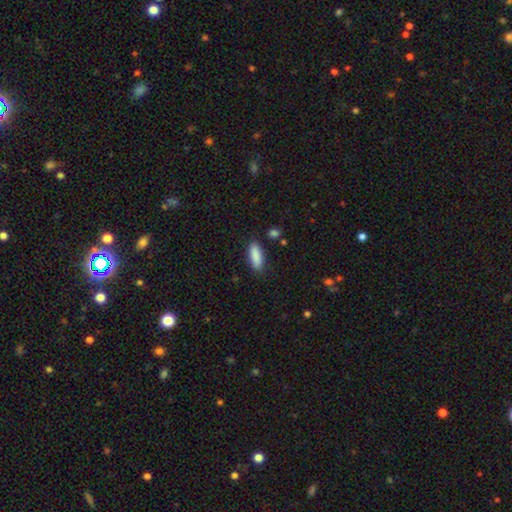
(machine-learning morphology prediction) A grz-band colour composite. It shows a smooth galaxy with no disk features (89%) that is in between round and cigar-shaped (62%). Merging: none (85%).